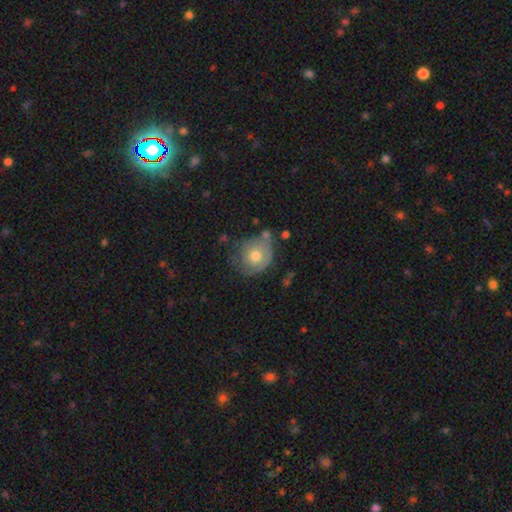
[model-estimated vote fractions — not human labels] This is possibly a featured or disk galaxy (58%). It is clearly not viewed edge-on (96%). Bar: clearly no (84%). Spiral arm pattern: likely yes (73%). Central bulge: likely moderate (74%). Merging: possibly none (57%).